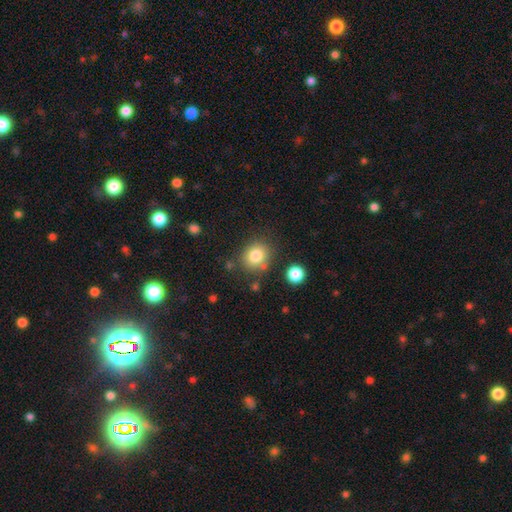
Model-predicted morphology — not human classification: Smooth or featured?
  - smooth: 81% *
  - star or artifact: 11%
  - featured or disk: 8%
How rounded?
  - round: 73% *
  - in between: 26%
  - cigar-shaped: 1%
Merging?
  - none: 77% *
  - minor disturbance: 12%
  - merger: 7%
  - major disturbance: 4%